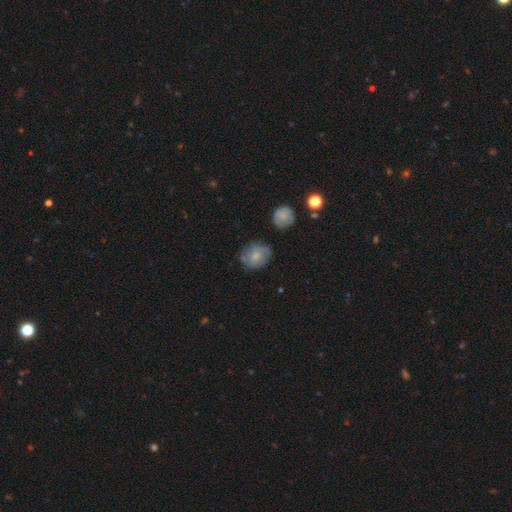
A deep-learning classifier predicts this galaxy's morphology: Smooth or featured? Predicted: smooth (p=0.73). How rounded? Predicted: round (p=0.67). Merging? Predicted: none (p=0.65).